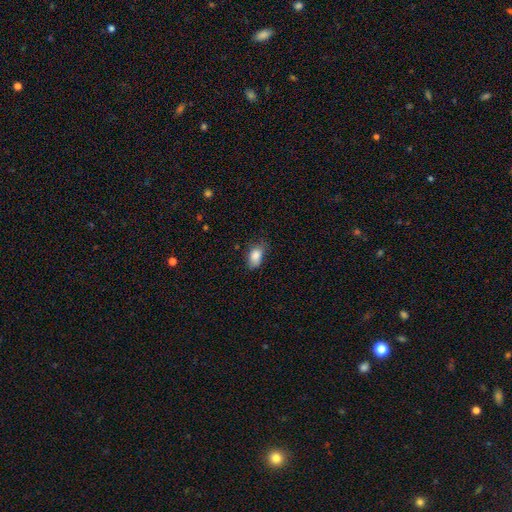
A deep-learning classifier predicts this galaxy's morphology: Smooth or featured: smooth — 86% (star or artifact — 8%)
How rounded: in between — 88% (round — 10%)
Merging: none — 60% (minor disturbance — 31%)